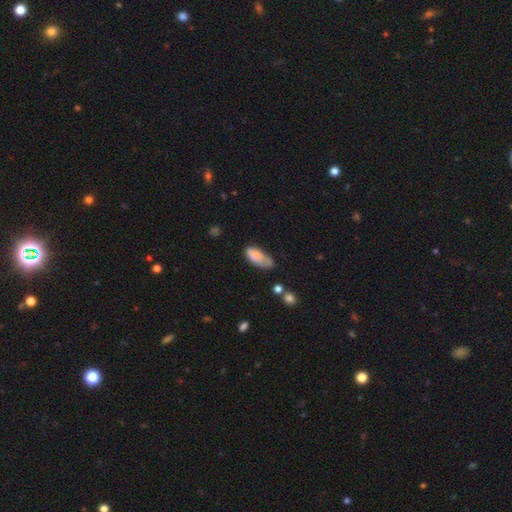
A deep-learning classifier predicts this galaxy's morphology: Q: Smooth or featured?
A: smooth (79%); runner-up: featured or disk (14%)
Q: How rounded?
A: in between (87%); runner-up: cigar-shaped (10%)
Q: Merging?
A: none (40%); runner-up: minor disturbance (38%)